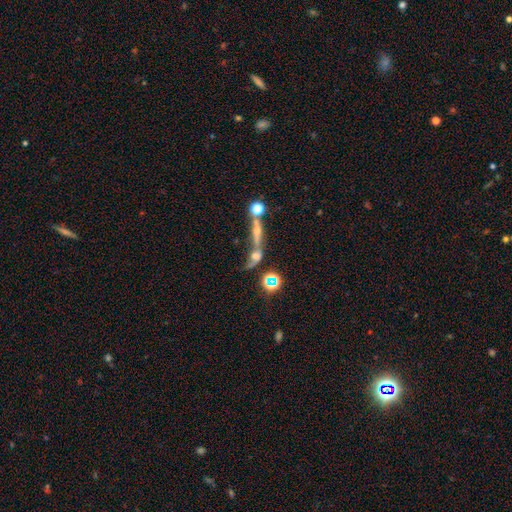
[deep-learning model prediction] Morphology: type=featured or disk (44%); merging=merger (47%).